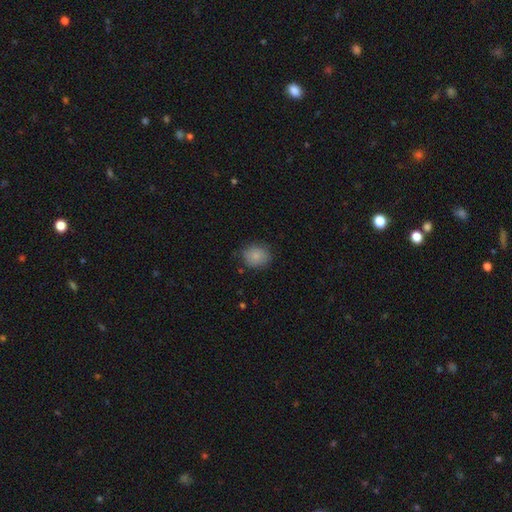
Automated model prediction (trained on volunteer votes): Morphology: type=smooth (84%); roundness=round (69%); merging=none (79%).